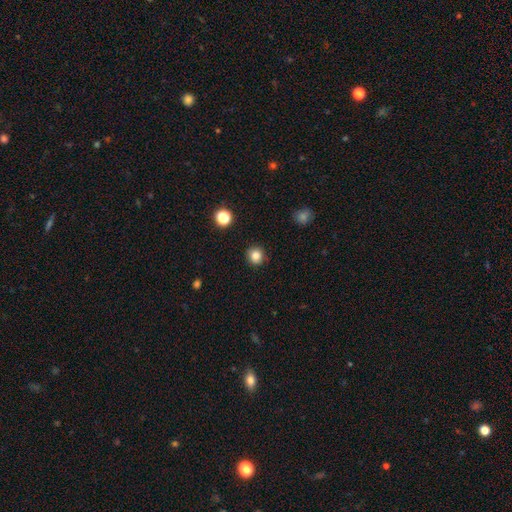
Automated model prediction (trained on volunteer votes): smooth_or_featured: smooth (p=0.84) [alt: star or artifact p=0.12]
how_rounded: round (p=0.90) [alt: in between p=0.09]
merging: none (p=0.89) [alt: minor disturbance p=0.07]